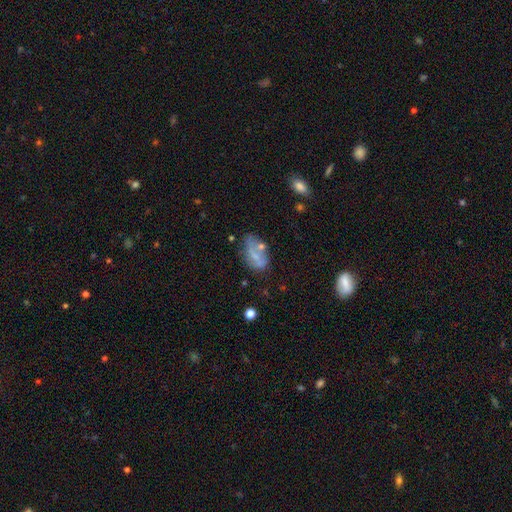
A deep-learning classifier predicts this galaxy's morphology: A smooth galaxy with no disk features (49%).

Vote fractions:
- Smooth or featured? smooth: 49% / featured or disk: 40% / star or artifact: 11%
- Merging? none: 40% / minor disturbance: 27% / major disturbance: 19% / merger: 14%